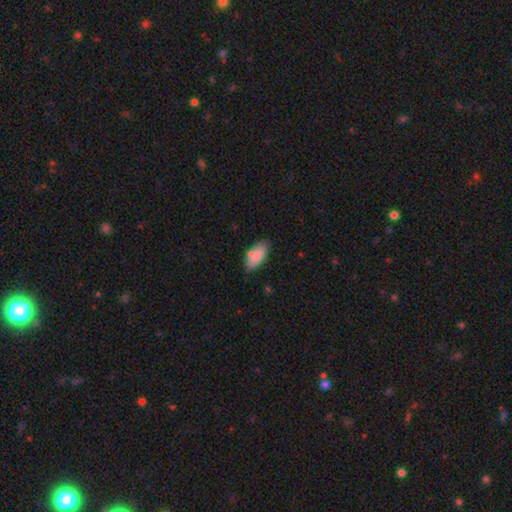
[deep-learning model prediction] Smooth or featured? Predicted: smooth (p=0.85). How rounded? Predicted: in between (p=0.89). Merging? Predicted: none (p=0.74).